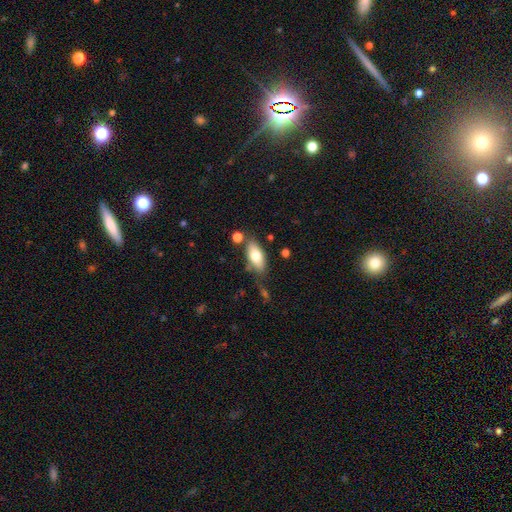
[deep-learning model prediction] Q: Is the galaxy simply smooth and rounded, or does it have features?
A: smooth — 74%.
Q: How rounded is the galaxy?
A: in between — 87%.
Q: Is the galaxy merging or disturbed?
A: none — 70%.